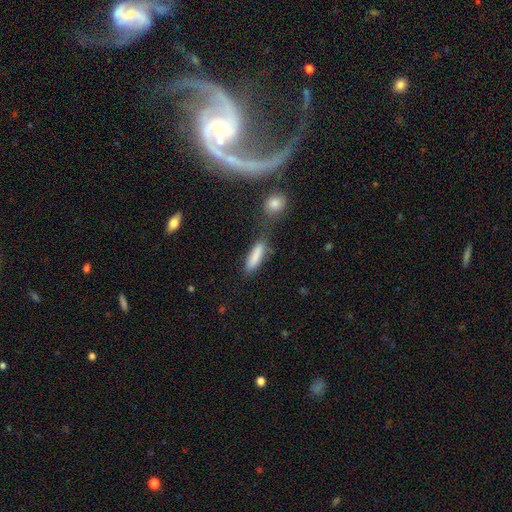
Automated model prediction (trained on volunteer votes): This is clearly a smooth galaxy (84%). How rounded: possibly cigar-shaped (60%). Merging: possibly none (58%).